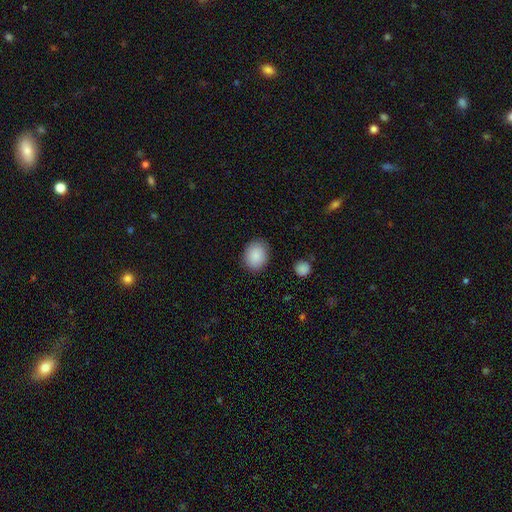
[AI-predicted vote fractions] Smooth or featured? smooth (89%)
How rounded? round (50%)
Merging? none (87%)